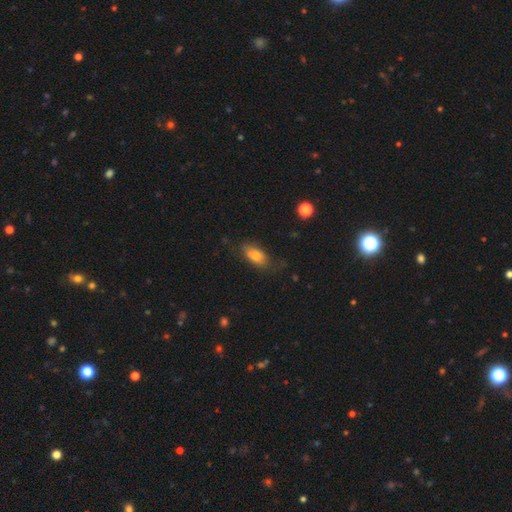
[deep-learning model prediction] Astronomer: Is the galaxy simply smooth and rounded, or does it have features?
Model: smooth — 75%.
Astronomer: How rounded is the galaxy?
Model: in between — 86%.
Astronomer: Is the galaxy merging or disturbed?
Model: none — 68%.